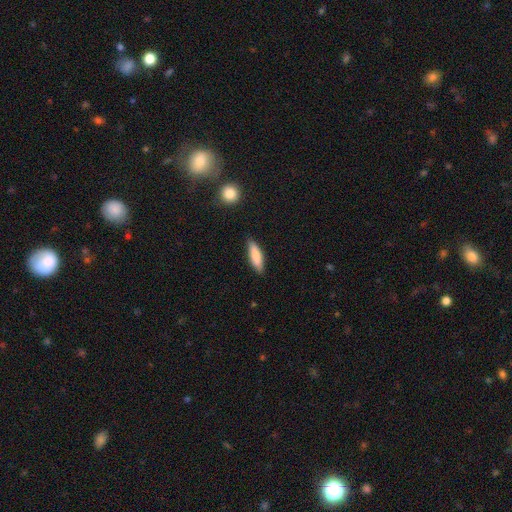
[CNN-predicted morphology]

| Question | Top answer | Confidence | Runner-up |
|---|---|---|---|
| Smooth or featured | smooth | 82% | featured or disk (12%) |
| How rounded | cigar-shaped | 58% | in between (40%) |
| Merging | none | 85% | minor disturbance (11%) |